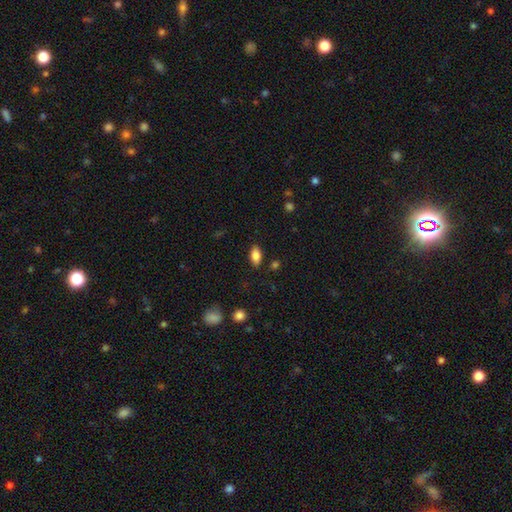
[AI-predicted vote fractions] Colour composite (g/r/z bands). It shows a smooth galaxy with no disk features (83%) that is in between round and cigar-shaped (91%). Merging: none (86%).